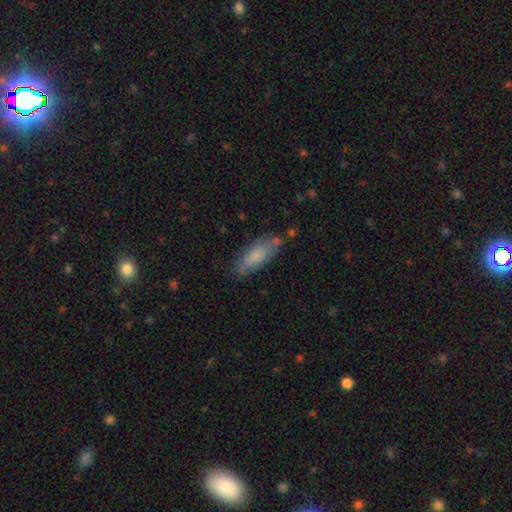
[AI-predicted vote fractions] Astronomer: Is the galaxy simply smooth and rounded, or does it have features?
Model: smooth — 77%.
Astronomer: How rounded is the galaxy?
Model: in between — 67%.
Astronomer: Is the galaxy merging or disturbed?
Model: none — 72%.